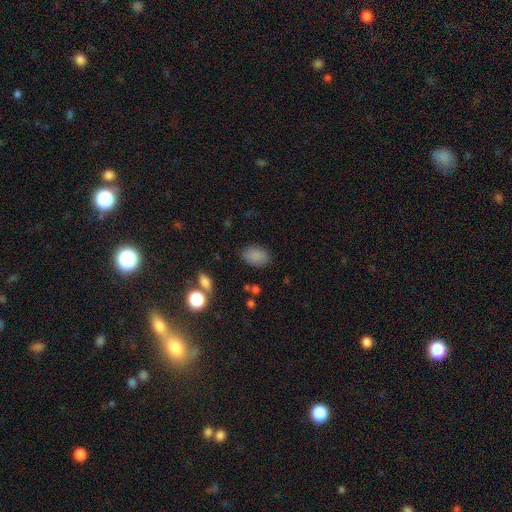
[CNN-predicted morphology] Smooth or featured? Predicted: smooth (p=0.85). How rounded? Predicted: in between (p=0.83). Merging? Predicted: none (p=0.83).